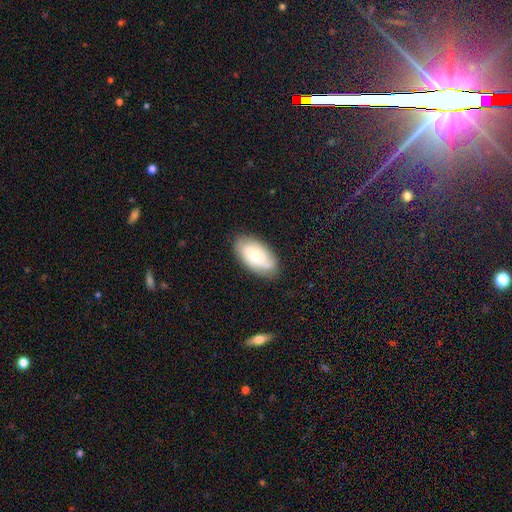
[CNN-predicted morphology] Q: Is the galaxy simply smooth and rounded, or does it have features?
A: featured or disk — 50%.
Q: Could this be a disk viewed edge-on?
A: no — 93%.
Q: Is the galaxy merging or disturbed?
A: none — 81%.